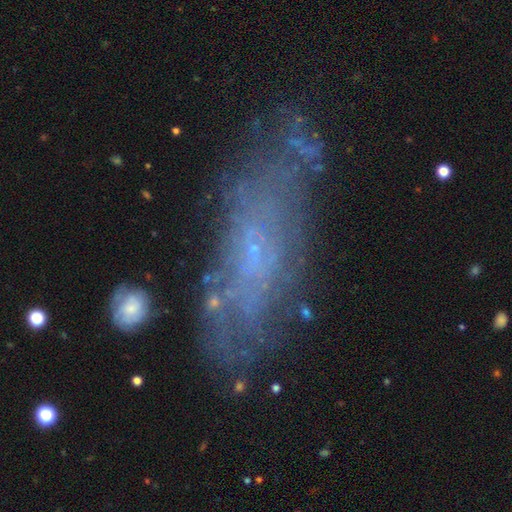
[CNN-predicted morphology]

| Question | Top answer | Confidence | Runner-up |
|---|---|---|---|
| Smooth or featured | featured or disk | 59% | smooth (29%) |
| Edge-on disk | no | 83% | yes (17%) |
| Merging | none | 64% | minor disturbance (21%) |